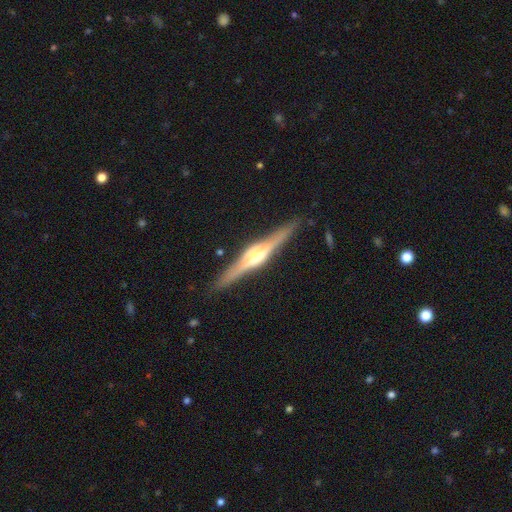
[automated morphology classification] smooth_or_featured: featured or disk (p=0.84) [alt: smooth p=0.11]
disk_edge_on: yes (p=0.98) [alt: no p=0.02]
edge_on_bulge: rounded (p=0.80) [alt: boxy p=0.17]
merging: none (p=0.89) [alt: minor disturbance p=0.08]